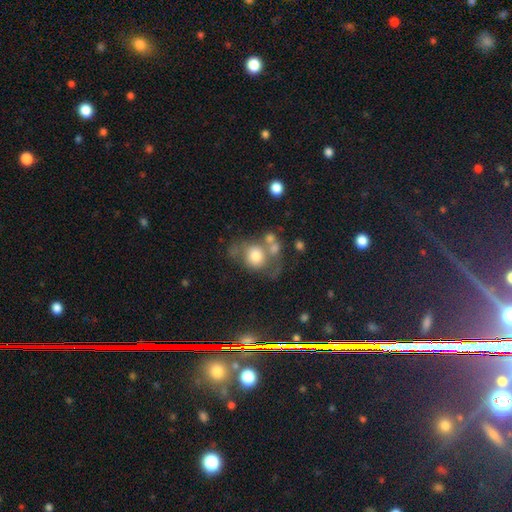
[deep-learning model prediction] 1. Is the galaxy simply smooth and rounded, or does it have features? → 63% smooth, 28% featured or disk, 9% star or artifact.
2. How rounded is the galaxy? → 66% round, 33% in between, 1% cigar-shaped.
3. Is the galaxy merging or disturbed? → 35% none, 25% merger, 20% major disturbance, 19% minor disturbance.